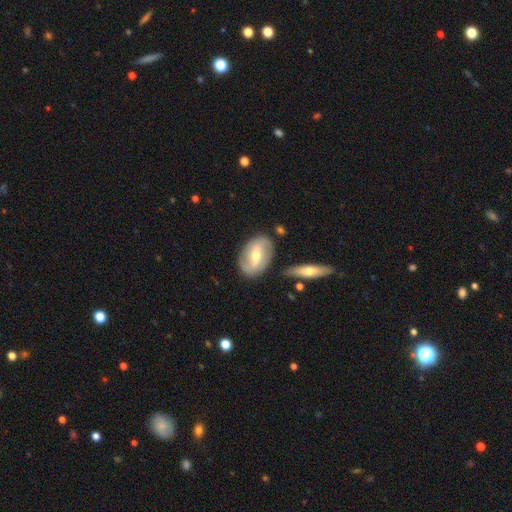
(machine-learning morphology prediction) A featured or disk galaxy (66%) with a weak bar (45%), spiral arms (79%) and a moderate central bulge (57%).

Vote fractions:
- Smooth or featured? featured or disk: 66% / smooth: 29% / star or artifact: 6%
- Edge-on disk? no: 93% / yes: 7%
- Bar? weak: 45% / strong: 31% / no: 24%
- Spiral arms? yes: 79% / no: 21%
- Bulge size? moderate: 57% / small: 38% / large: 3% / none: 1% / dominant: 1%
- Merging? none: 78% / minor disturbance: 14% / merger: 4% / major disturbance: 4%